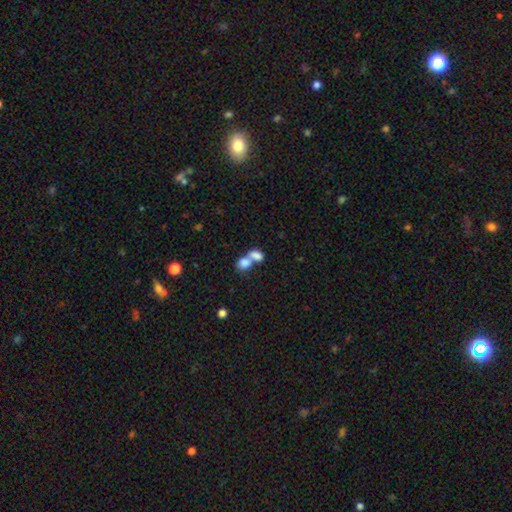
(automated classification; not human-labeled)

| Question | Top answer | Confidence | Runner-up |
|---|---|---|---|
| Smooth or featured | smooth | 80% | featured or disk (11%) |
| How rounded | in between | 74% | round (23%) |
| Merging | merger | 72% | none (19%) |